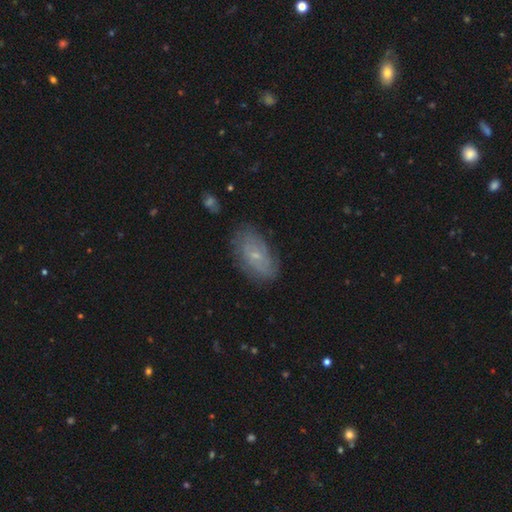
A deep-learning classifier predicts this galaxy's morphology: Smooth or featured: featured or disk — 50% (smooth — 41%)
Edge-on disk: no — 92% (yes — 8%)
Merging: none — 75% (minor disturbance — 18%)